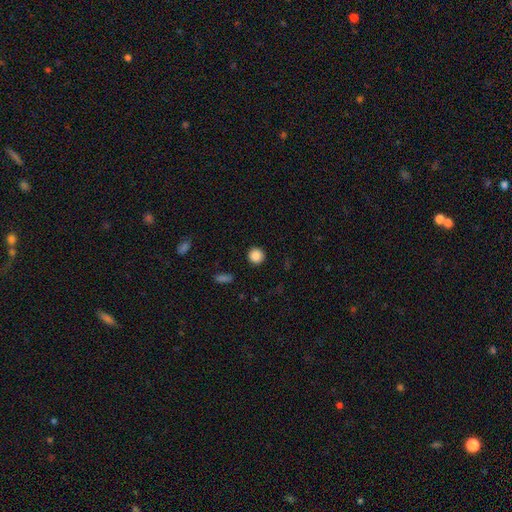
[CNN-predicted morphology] smooth 87%, star or artifact 10%, featured or disk 3%. Down the decision tree: how rounded — round (95%); merging — none (92%).